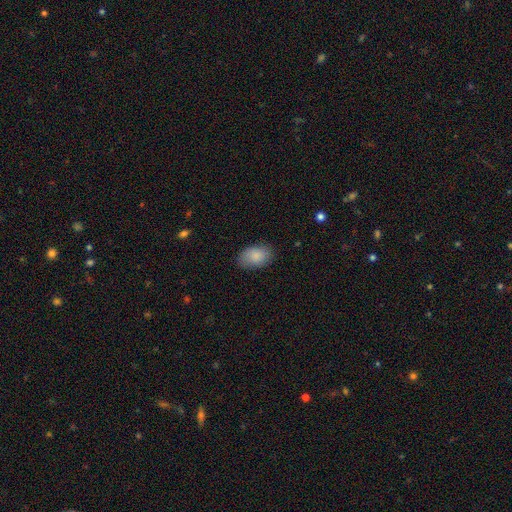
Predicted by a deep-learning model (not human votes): The model was most divided on "merging": none: 82%, minor disturbance: 14%, major disturbance: 3%, merger: 1%. More confident: how rounded — in between (91%); smooth or featured — smooth (87%).